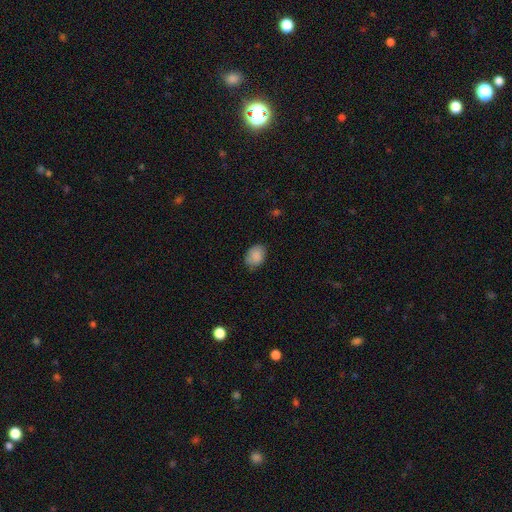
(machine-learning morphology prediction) A smooth galaxy with no disk features (87%) that is in between round and cigar-shaped (65%). Merging: none (74%).